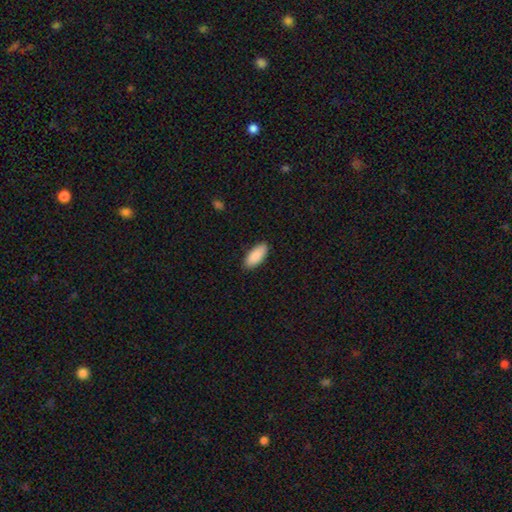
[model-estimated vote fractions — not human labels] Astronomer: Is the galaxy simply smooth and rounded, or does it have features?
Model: smooth — 89%.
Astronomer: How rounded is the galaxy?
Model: in between — 88%.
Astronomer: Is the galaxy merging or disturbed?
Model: none — 88%.